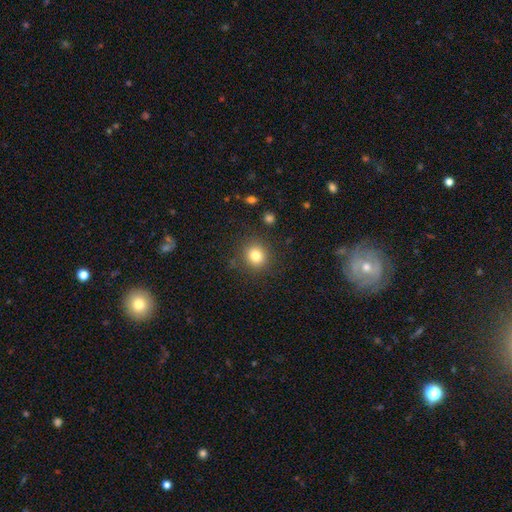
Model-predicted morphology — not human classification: This appears to be a smooth galaxy with no disk features (81%) that is round (88%). Merging: none (87%).